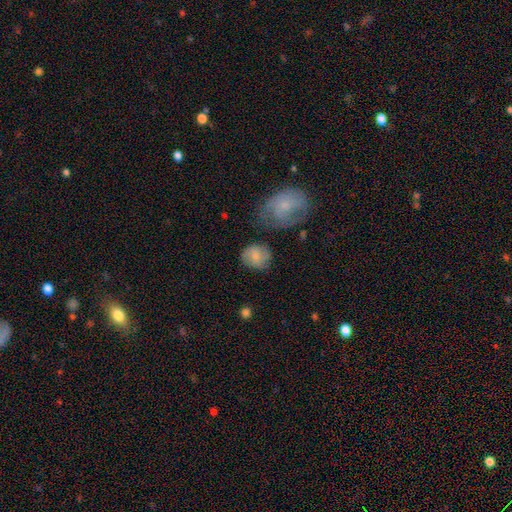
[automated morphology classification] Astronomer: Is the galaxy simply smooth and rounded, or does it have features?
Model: smooth — 71%.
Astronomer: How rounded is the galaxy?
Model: round — 68%.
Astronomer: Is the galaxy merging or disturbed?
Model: none — 64%.